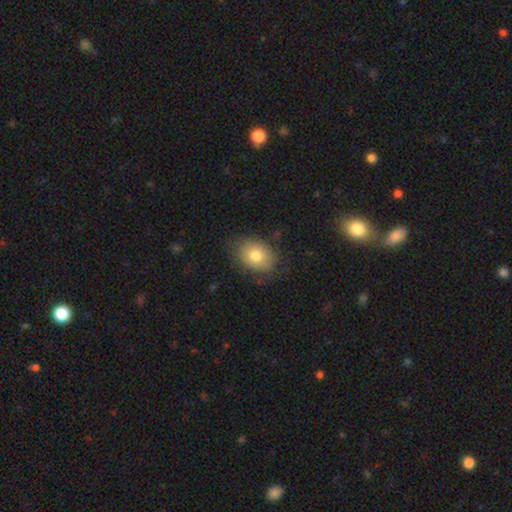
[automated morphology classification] smooth_or_featured: smooth (p=0.76) [alt: featured or disk p=0.16]
how_rounded: in between (p=0.70) [alt: round p=0.29]
merging: none (p=0.76) [alt: minor disturbance p=0.18]